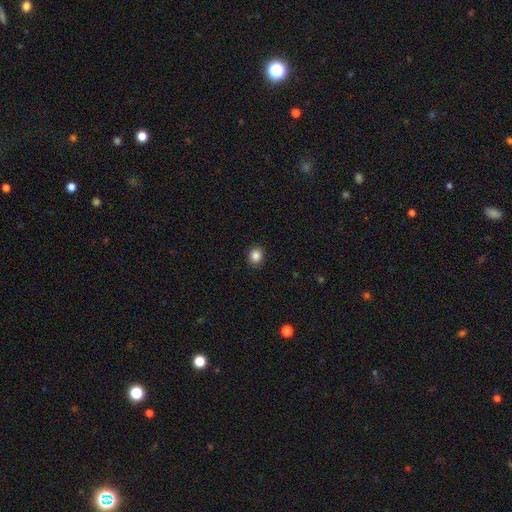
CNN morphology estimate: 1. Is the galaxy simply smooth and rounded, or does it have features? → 86% smooth, 10% star or artifact, 4% featured or disk.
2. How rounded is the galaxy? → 77% round, 22% in between, 1% cigar-shaped.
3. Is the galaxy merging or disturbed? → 91% none, 6% minor disturbance, 2% major disturbance, 1% merger.